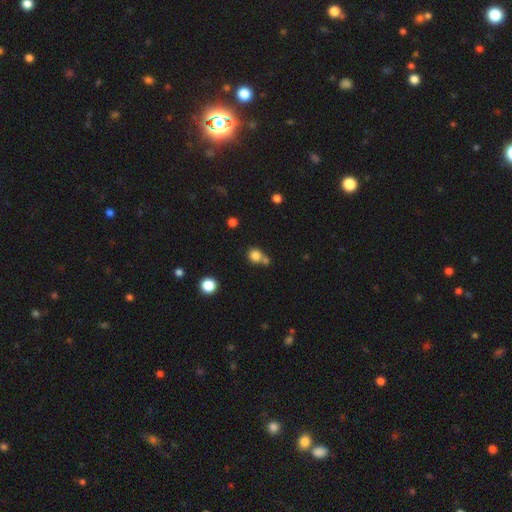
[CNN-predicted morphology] Smooth or featured?
  - smooth: 81% *
  - star or artifact: 12%
  - featured or disk: 7%
How rounded?
  - round: 81% *
  - in between: 18%
  - cigar-shaped: 1%
Merging?
  - none: 52% *
  - merger: 34%
  - minor disturbance: 10%
  - major disturbance: 4%